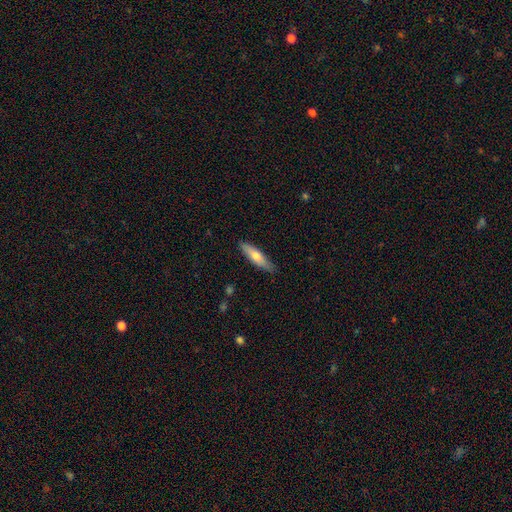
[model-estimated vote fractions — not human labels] Smooth or featured? Predicted: smooth (p=0.63). How rounded? Predicted: cigar-shaped (p=0.72). Merging? Predicted: none (p=0.86).